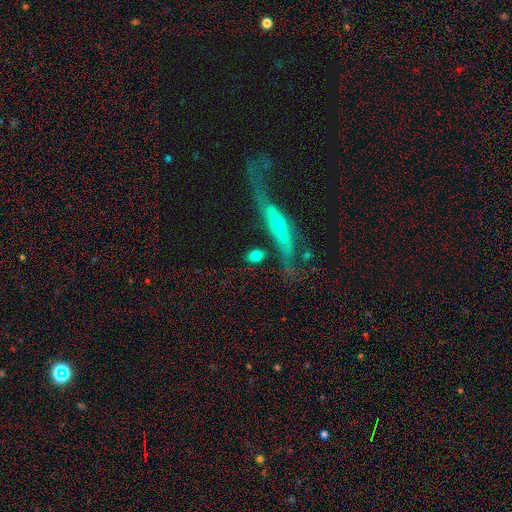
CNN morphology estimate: type=smooth (76%); roundness=in between (62%); merging=none (72%).